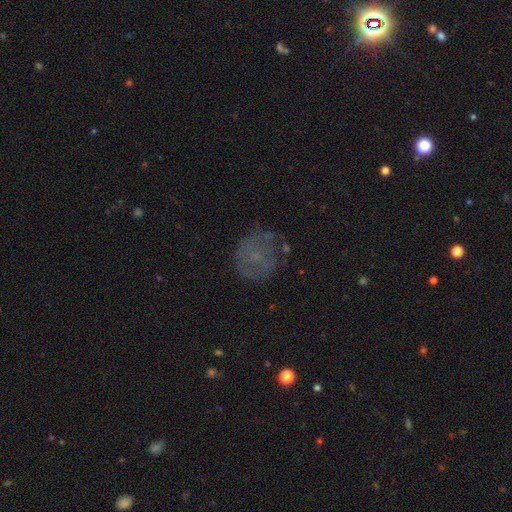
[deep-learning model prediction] Smooth or featured?
  - smooth: 44% *
  - featured or disk: 36%
  - star or artifact: 20%
Merging?
  - none: 65% *
  - minor disturbance: 19%
  - major disturbance: 14%
  - merger: 2%